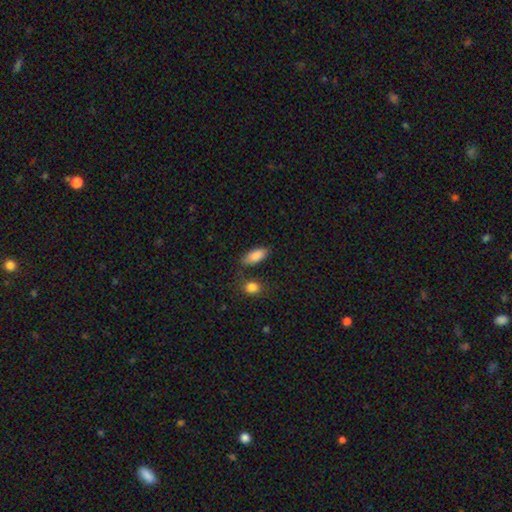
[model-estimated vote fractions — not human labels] This is clearly a smooth galaxy (86%). How rounded: clearly in between (85%). Merging: likely none (76%).